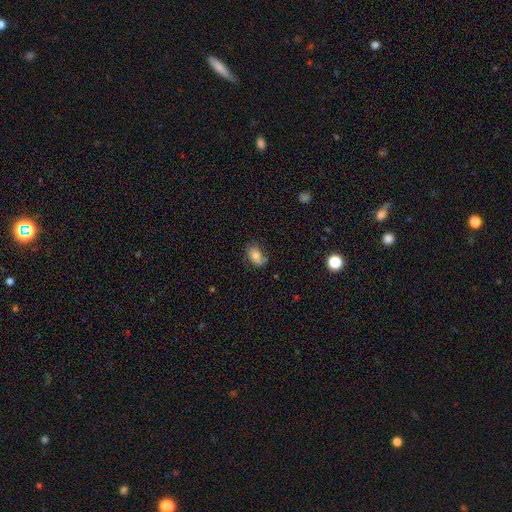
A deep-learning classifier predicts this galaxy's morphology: smooth 75%, featured or disk 15%, star or artifact 9%. Down the decision tree: how rounded — in between (86%); merging — none (66%).